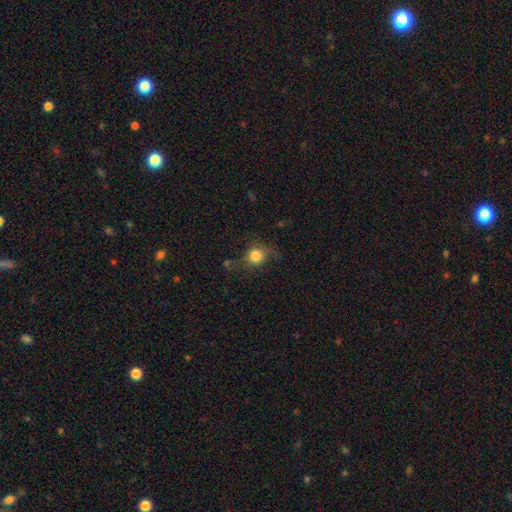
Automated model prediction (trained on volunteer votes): The model was most divided on "merging": none: 63%, minor disturbance: 23%, major disturbance: 11%, merger: 3%. More confident: how rounded — round (81%); smooth or featured — smooth (79%).